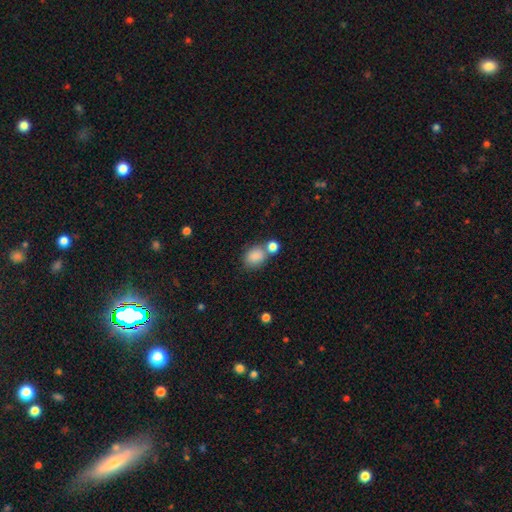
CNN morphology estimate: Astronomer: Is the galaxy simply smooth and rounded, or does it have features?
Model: smooth — 85%.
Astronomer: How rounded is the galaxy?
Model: in between — 60% (runner-up: round, 39%).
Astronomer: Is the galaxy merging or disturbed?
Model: none — 54%.